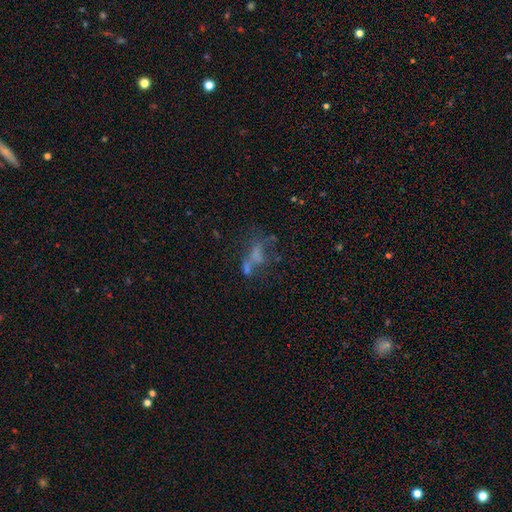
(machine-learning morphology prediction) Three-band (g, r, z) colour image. It shows a featured or disk galaxy (42%). Merging: none (35%).